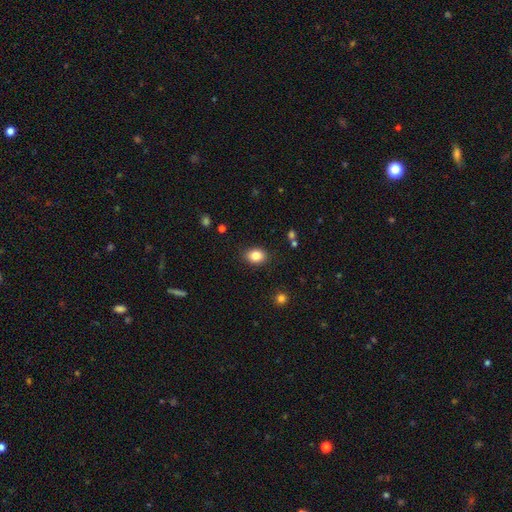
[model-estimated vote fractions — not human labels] The model was most divided on "how rounded": in between: 59%, round: 40%, cigar-shaped: 1%. More confident: merging — none (87%); smooth or featured — smooth (84%).